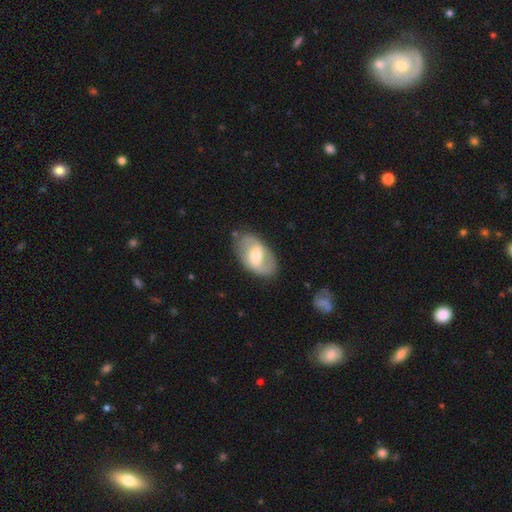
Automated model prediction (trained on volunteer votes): Smooth or featured? featured or disk (56%)
Edge-on disk? no (92%)
Bar? weak (42%)
Spiral arms? no (51%)
Bulge size? moderate (62%)
Merging? none (78%)